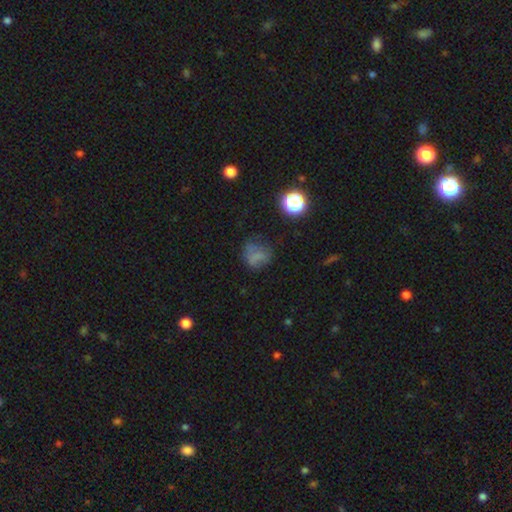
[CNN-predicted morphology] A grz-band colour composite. It shows a smooth galaxy with no disk features (58%) that is round (67%). Merging: none (50%).